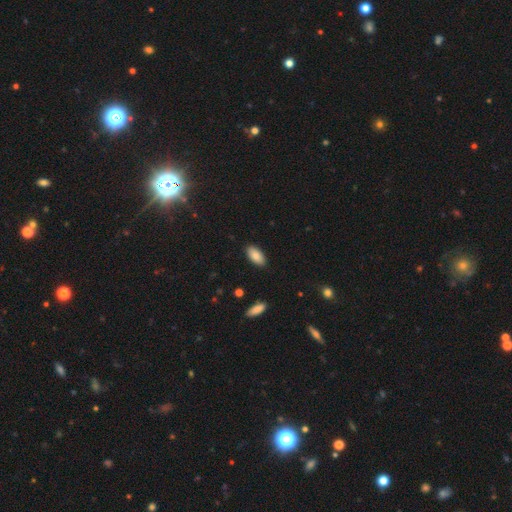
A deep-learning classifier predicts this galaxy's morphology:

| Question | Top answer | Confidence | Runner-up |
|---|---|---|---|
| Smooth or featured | smooth | 86% | featured or disk (8%) |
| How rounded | in between | 93% | cigar-shaped (5%) |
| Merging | none | 88% | minor disturbance (9%) |